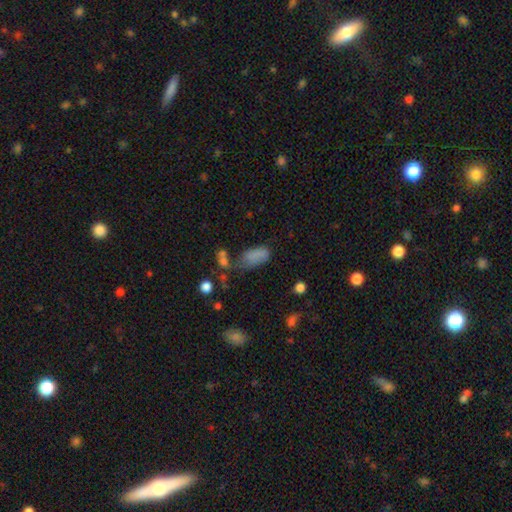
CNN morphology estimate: Smooth or featured? Predicted: smooth (p=0.77). How rounded? Predicted: in between (p=0.89). Merging? Predicted: none (p=0.38).